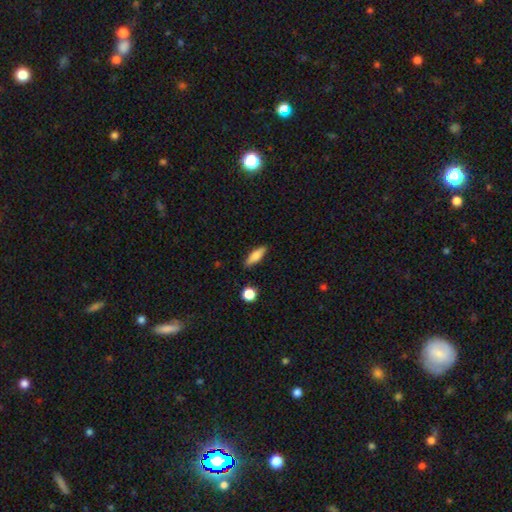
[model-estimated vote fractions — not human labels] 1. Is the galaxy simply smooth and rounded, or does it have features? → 75% smooth, 17% featured or disk, 7% star or artifact.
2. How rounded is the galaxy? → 50% in between, 47% cigar-shaped, 3% round.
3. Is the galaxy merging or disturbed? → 86% none, 10% minor disturbance, 2% major disturbance, 2% merger.